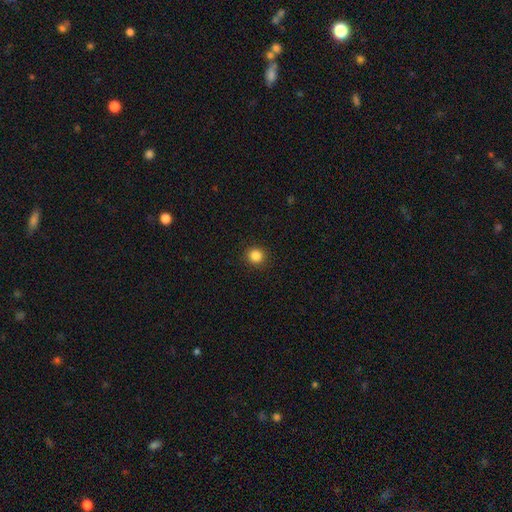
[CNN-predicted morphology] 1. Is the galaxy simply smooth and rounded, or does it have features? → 85% smooth, 11% star or artifact, 4% featured or disk.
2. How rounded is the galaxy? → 93% round, 6% in between, 1% cigar-shaped.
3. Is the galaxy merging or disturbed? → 92% none, 5% minor disturbance, 2% major disturbance, 1% merger.